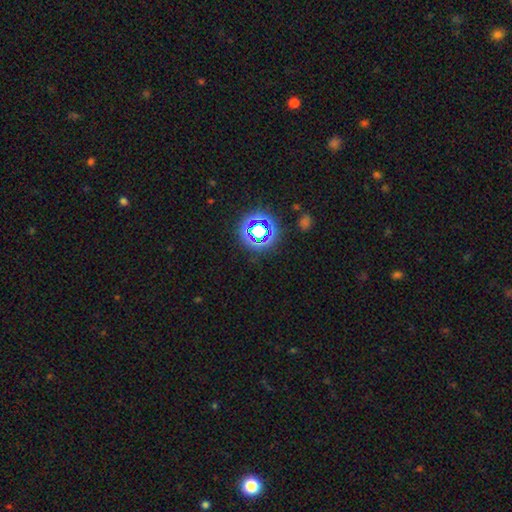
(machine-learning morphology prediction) A star or artifact, not a galaxy (67%).

Vote fractions:
- Smooth or featured? star or artifact: 67% / smooth: 26% / featured or disk: 7%